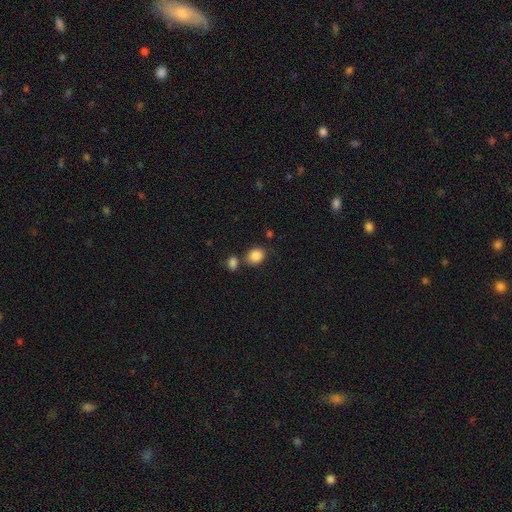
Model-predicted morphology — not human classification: smooth_or_featured: smooth (p=0.87) [alt: star or artifact p=0.09]
how_rounded: round (p=0.50) [alt: in between p=0.49]
merging: none (p=0.62) [alt: merger p=0.21]